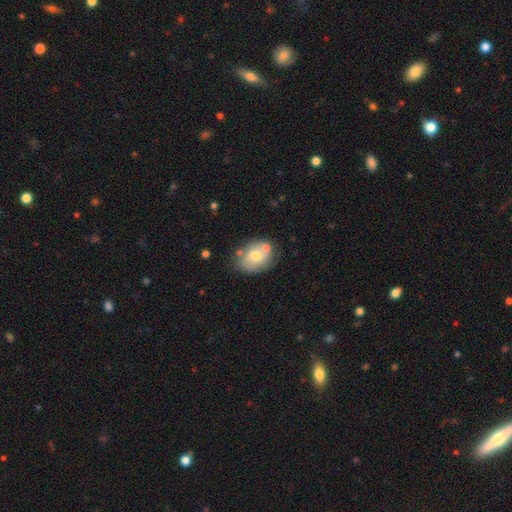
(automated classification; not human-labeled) Smooth or featured: smooth — 61% (featured or disk — 32%)
How rounded: in between — 65% (round — 34%)
Merging: none — 60% (minor disturbance — 19%)